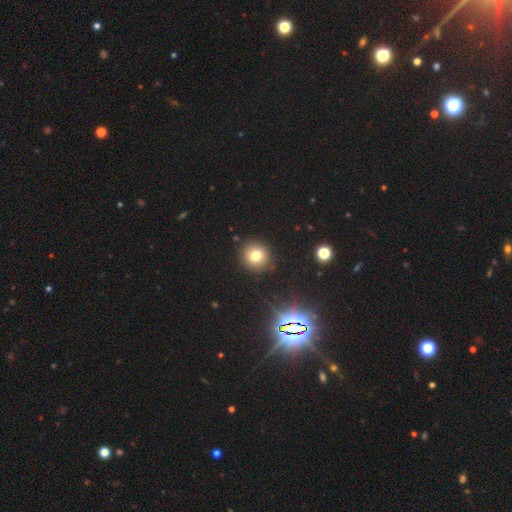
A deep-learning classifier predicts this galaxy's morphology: smooth-or-featured: smooth: 73% | star or artifact: 18% | featured or disk: 9%
  how-rounded: round: 91% | in between: 8% | cigar-shaped: 1%
  merging: none: 89% | minor disturbance: 6% | major disturbance: 2% | merger: 2%